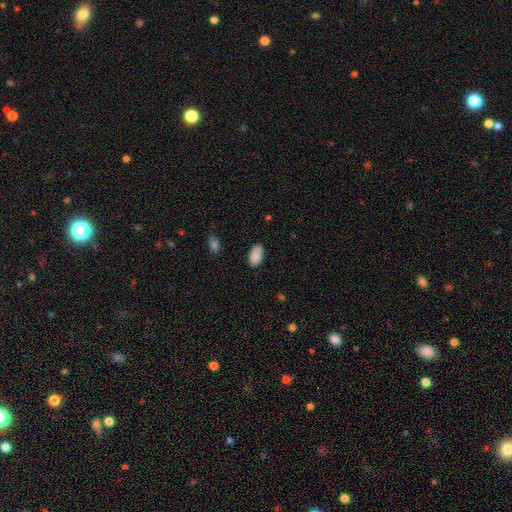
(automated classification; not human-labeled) Smooth or featured?
  - smooth: 89% *
  - star or artifact: 7%
  - featured or disk: 4%
How rounded?
  - in between: 95% *
  - round: 3%
  - cigar-shaped: 2%
Merging?
  - none: 82% *
  - minor disturbance: 14%
  - major disturbance: 3%
  - merger: 1%